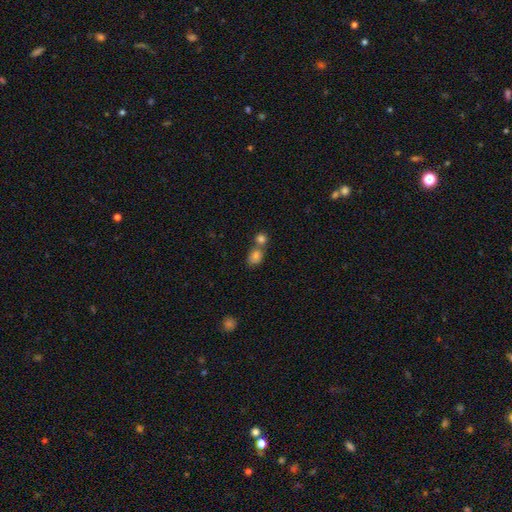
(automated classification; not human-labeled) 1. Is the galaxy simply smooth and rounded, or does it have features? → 80% smooth, 11% star or artifact, 9% featured or disk.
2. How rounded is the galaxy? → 51% round, 48% in between, 1% cigar-shaped.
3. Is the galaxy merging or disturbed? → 46% merger, 42% none, 9% minor disturbance, 4% major disturbance.